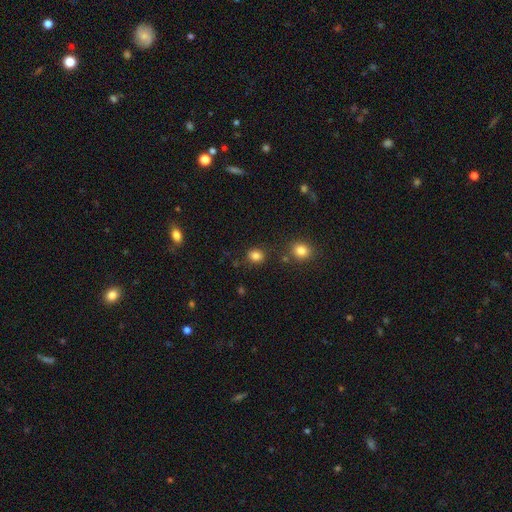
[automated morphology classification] A smooth galaxy with no disk features (83%) that is round (60%). Merging: none (81%).